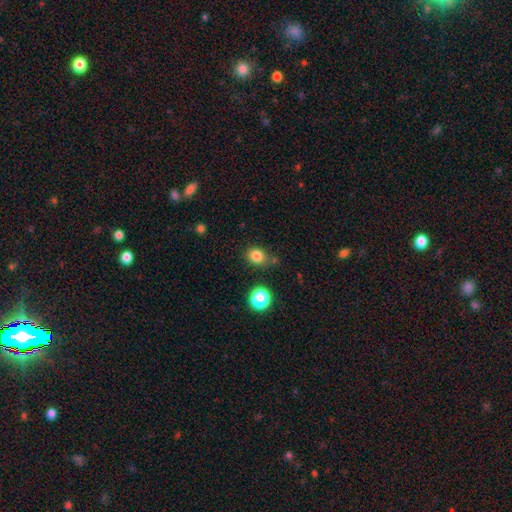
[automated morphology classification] type=smooth (82%); roundness=round (63%); merging=none (73%).